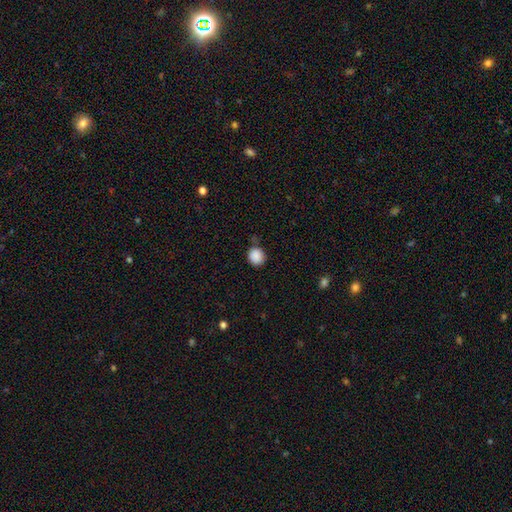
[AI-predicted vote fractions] Q: Smooth or featured?
A: smooth (88%); runner-up: star or artifact (9%)
Q: How rounded?
A: round (83%); runner-up: in between (16%)
Q: Merging?
A: none (75%); runner-up: minor disturbance (16%)